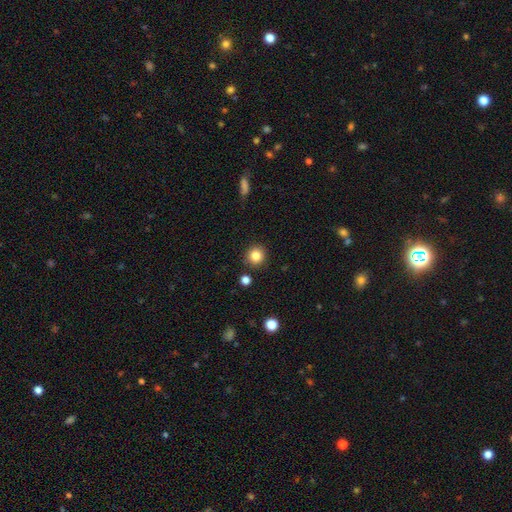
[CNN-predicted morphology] The model was most divided on "smooth or featured": smooth: 84%, star or artifact: 11%, featured or disk: 5%. More confident: how rounded — round (92%); merging — none (87%).